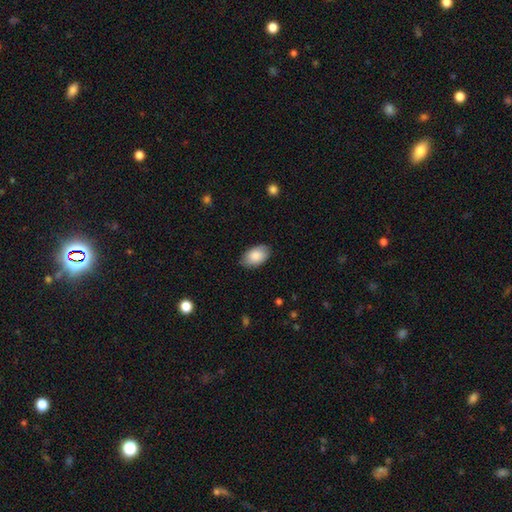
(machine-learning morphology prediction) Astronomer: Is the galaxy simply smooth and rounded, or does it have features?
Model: smooth — 87%.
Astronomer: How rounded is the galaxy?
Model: in between — 93%.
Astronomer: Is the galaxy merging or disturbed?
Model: none — 84%.